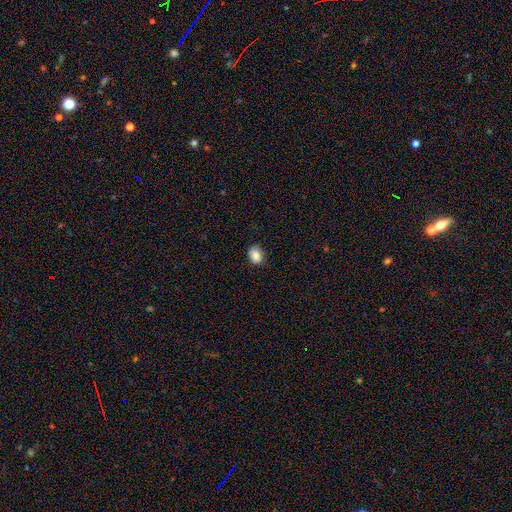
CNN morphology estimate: A smooth galaxy with no disk features (85%) that is round (51%).

Vote fractions:
- Smooth or featured? smooth: 85% / star or artifact: 9% / featured or disk: 6%
- How rounded? round: 51% / in between: 48% / cigar-shaped: 1%
- Merging? none: 86% / minor disturbance: 11% / major disturbance: 2% / merger: 1%